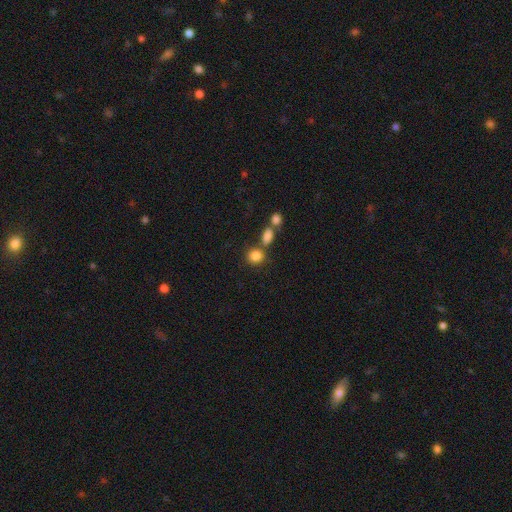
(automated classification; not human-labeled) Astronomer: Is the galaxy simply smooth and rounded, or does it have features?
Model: smooth — 83%.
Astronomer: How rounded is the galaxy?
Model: round — 67%.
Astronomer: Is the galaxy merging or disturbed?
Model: none — 58%.